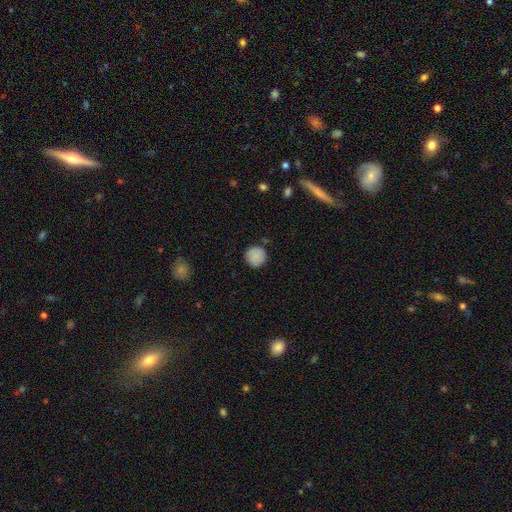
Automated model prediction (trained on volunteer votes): smooth 87%, star or artifact 8%, featured or disk 5%. Down the decision tree: how rounded — round (94%); merging — none (85%).